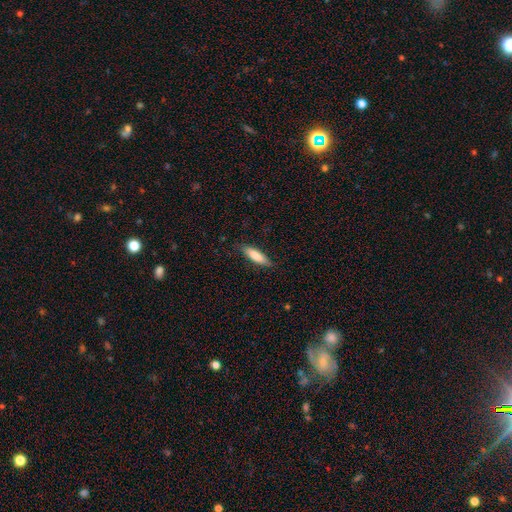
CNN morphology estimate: smooth_or_featured: smooth (p=0.81) [alt: featured or disk p=0.14]
how_rounded: cigar-shaped (p=0.55) [alt: in between p=0.43]
merging: none (p=0.81) [alt: minor disturbance p=0.15]